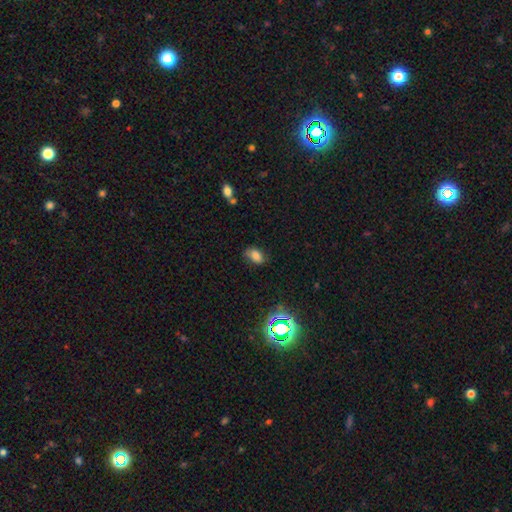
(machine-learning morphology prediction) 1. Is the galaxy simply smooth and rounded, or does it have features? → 76% smooth, 15% star or artifact, 8% featured or disk.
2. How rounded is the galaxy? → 85% in between, 14% round, 2% cigar-shaped.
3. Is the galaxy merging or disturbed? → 69% none, 23% minor disturbance, 6% major disturbance, 2% merger.